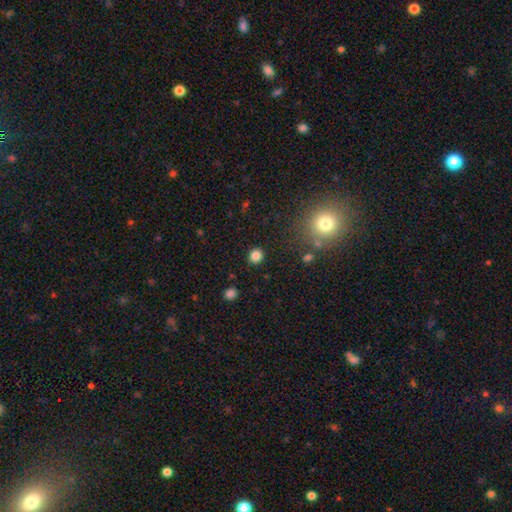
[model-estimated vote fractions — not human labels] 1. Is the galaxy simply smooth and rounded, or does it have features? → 83% smooth, 13% star or artifact, 4% featured or disk.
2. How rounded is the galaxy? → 85% round, 14% in between, 1% cigar-shaped.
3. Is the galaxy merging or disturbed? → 89% none, 6% minor disturbance, 2% major disturbance, 2% merger.